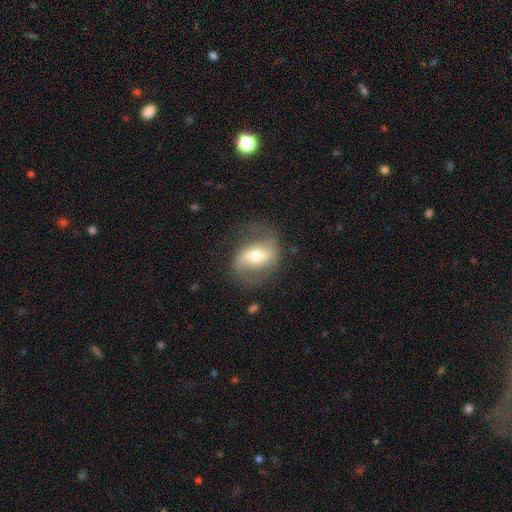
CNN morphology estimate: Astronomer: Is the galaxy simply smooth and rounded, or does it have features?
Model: featured or disk — 77%.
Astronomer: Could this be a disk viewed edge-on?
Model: no — 95%.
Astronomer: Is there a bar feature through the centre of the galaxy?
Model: strong — 39% (runner-up: weak, 37%).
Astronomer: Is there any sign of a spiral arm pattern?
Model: yes — 88%.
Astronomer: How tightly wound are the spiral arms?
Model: loose — 57% (runner-up: medium, 33%).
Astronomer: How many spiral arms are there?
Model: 2 — 86%.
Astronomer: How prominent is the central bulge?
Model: moderate — 64%.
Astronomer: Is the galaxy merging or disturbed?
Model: none — 70%.